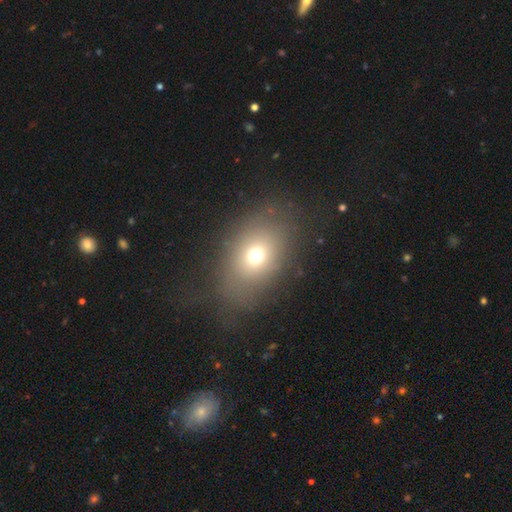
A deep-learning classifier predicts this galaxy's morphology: Smooth or featured: smooth — 68% (star or artifact — 17%)
How rounded: in between — 64% (round — 34%)
Merging: none — 73% (minor disturbance — 14%)